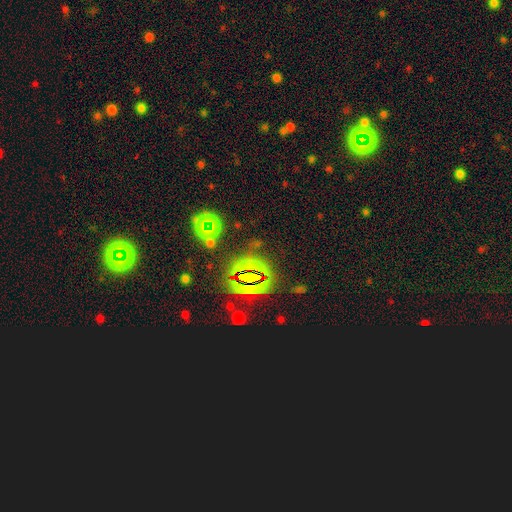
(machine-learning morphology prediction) Smooth or featured: star or artifact — 69% (smooth — 16%)